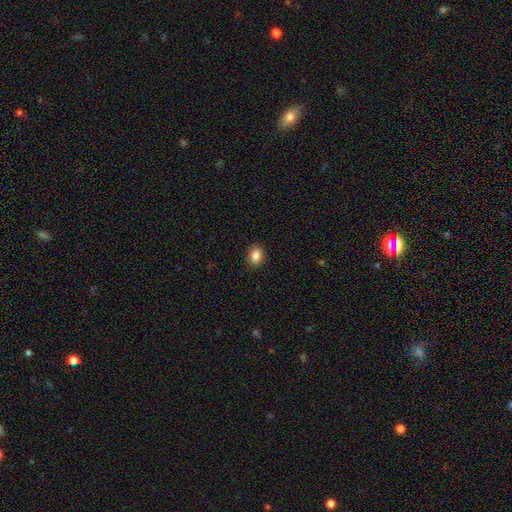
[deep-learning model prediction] This appears to be a smooth galaxy with no disk features (87%) that is in between round and cigar-shaped (64%). Merging: none (90%).